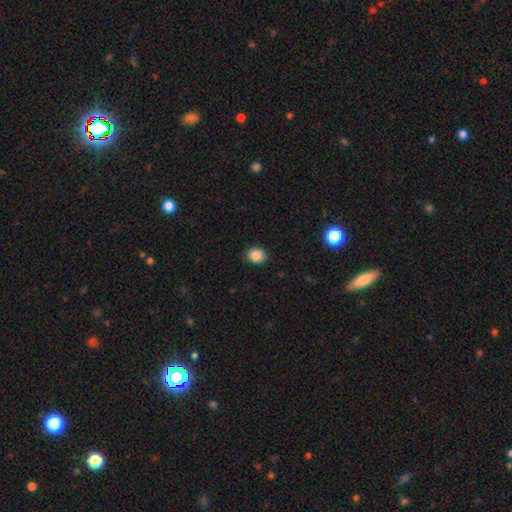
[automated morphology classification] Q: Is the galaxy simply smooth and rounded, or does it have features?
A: smooth — 86%.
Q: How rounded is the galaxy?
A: round — 57%.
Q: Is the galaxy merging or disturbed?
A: none — 86%.